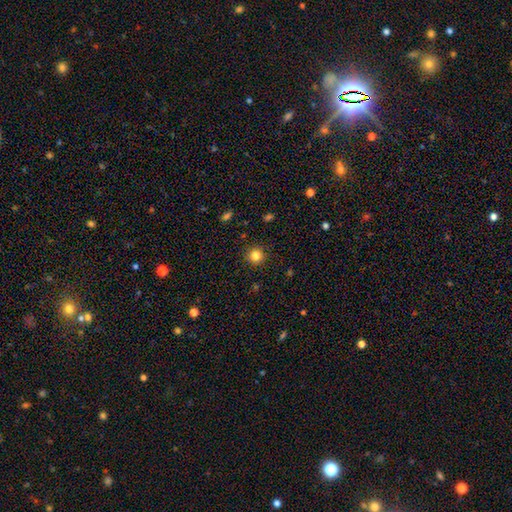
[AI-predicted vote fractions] smooth_or_featured: smooth (p=0.83) [alt: star or artifact p=0.12]
how_rounded: round (p=0.95) [alt: in between p=0.05]
merging: none (p=0.92) [alt: minor disturbance p=0.05]